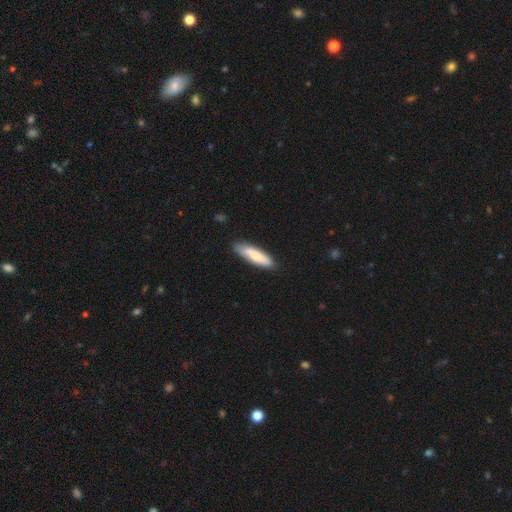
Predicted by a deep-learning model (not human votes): smooth 73%, featured or disk 22%, star or artifact 6%. Down the decision tree: how rounded — cigar-shaped (63%); merging — none (80%).